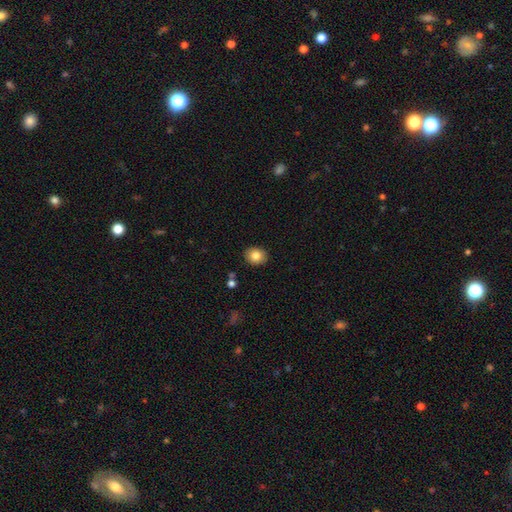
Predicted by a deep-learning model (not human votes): Smooth or featured: smooth — 82% (featured or disk — 9%)
How rounded: round — 60% (in between — 39%)
Merging: none — 90% (minor disturbance — 7%)